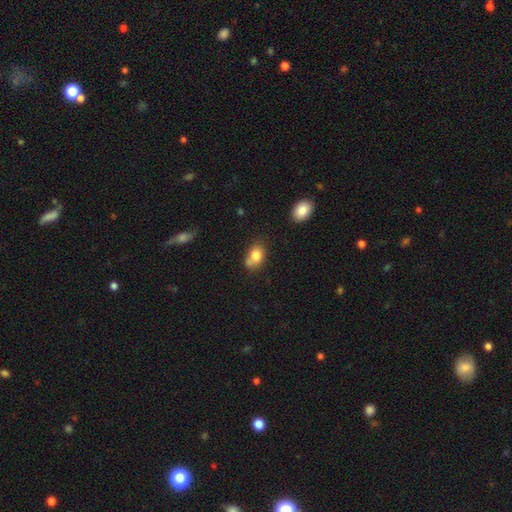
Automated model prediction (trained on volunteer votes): A smooth galaxy with no disk features (79%) that is in between round and cigar-shaped (68%).

Vote fractions:
- Smooth or featured? smooth: 79% / featured or disk: 11% / star or artifact: 10%
- How rounded? in between: 68% / round: 30% / cigar-shaped: 2%
- Merging? none: 45% / merger: 29% / minor disturbance: 20% / major disturbance: 6%